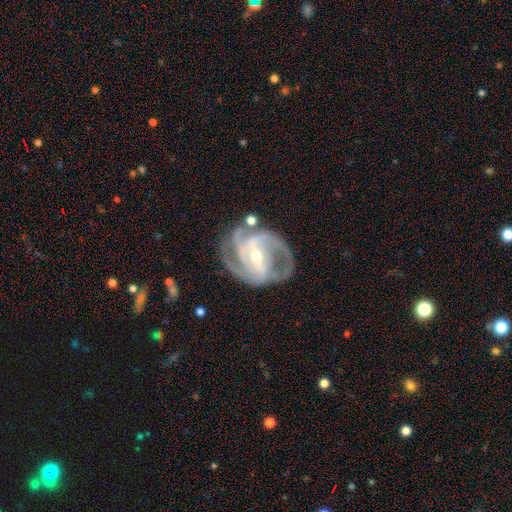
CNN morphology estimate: smooth-or-featured: featured or disk: 91% | star or artifact: 5% | smooth: 4%
  disk-edge-on: no: 97% | yes: 3%
    bar: strong: 50% | weak: 36% | no: 15%
    has-spiral-arms: yes: 98% | no: 2%
      spiral-winding: medium: 46% | tight: 45% | loose: 9%
      spiral-arm-count: 3: 45% | 2: 21% | 4: 17% | can't tell: 9% | more than 4: 4% | 1: 4%
    bulge-size: small: 57% | moderate: 39% | large: 2% | none: 1% | dominant: 1%
  merging: none: 69% | minor disturbance: 18% | major disturbance: 10% | merger: 3%